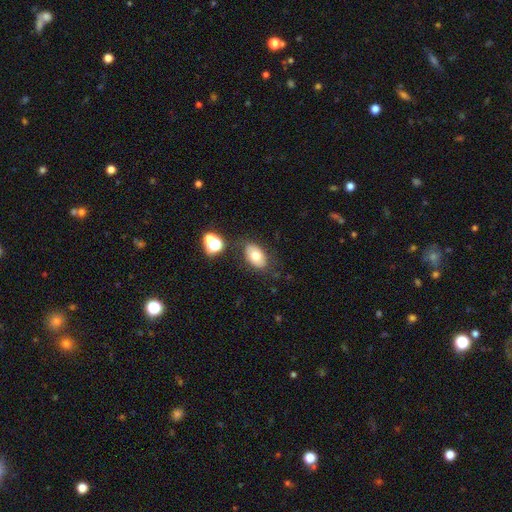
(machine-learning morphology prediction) Smooth or featured? Predicted: smooth (p=0.66). How rounded? Predicted: in between (p=0.89). Merging? Predicted: none (p=0.74).